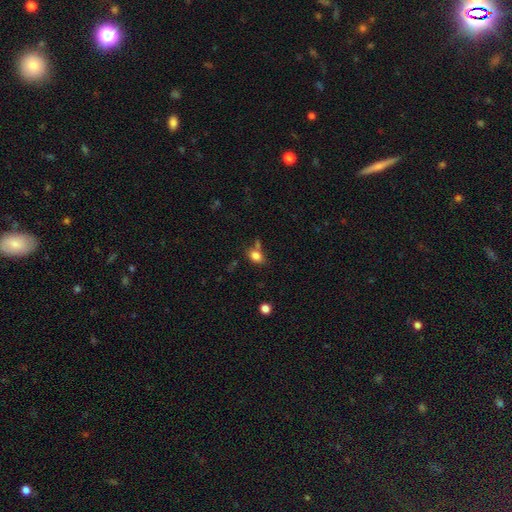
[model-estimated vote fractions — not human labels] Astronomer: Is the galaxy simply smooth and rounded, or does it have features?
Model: smooth — 81%.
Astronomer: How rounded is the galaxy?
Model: in between — 75%.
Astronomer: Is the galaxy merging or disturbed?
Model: none — 61%.